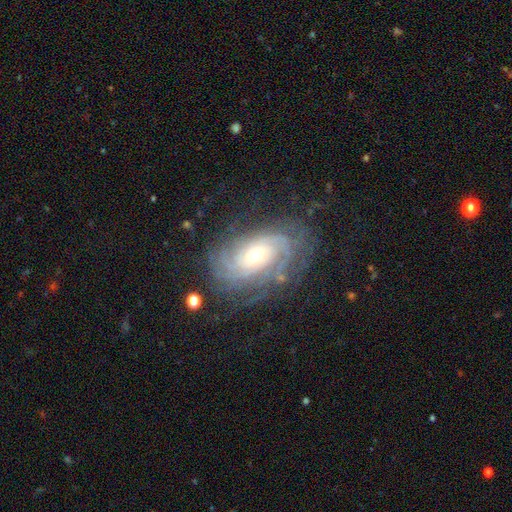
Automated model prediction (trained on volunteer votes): The model was most divided on "bulge size": small: 53%, moderate: 41%, large: 4%, none: 1%, dominant: 1%. Remaining: spiral arms — yes (97%); edge-on disk — no (96%); smooth or featured — featured or disk (87%); merging — none (74%); spiral winding — tight (74%); bar — no (71%); spiral arm count — can't tell (33%).